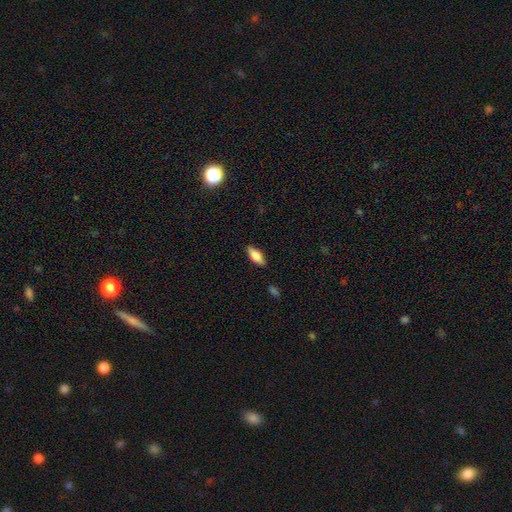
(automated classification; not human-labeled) Smooth or featured? smooth (69%)
How rounded? in between (76%)
Merging? none (88%)